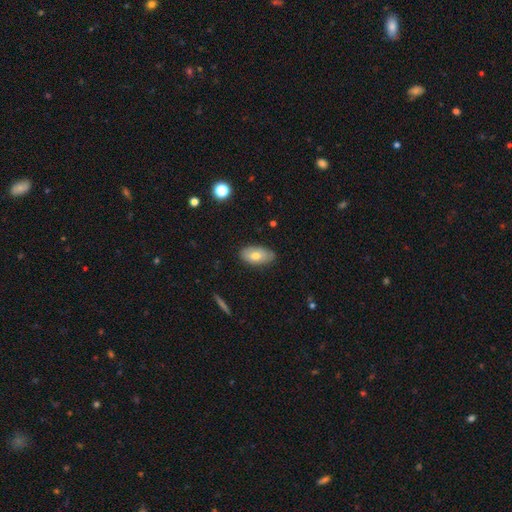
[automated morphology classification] Smooth or featured? Predicted: smooth (p=0.69). How rounded? Predicted: in between (p=0.93). Merging? Predicted: none (p=0.77).